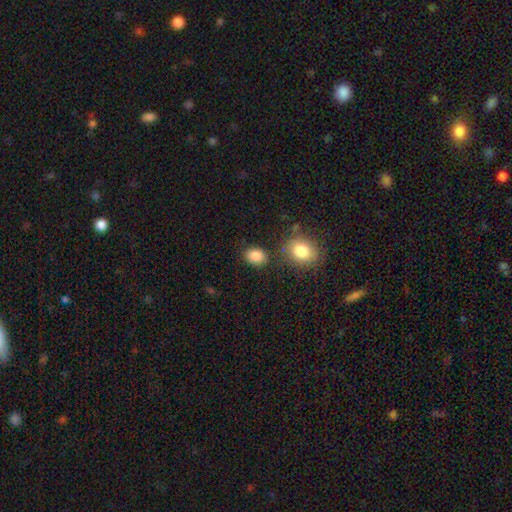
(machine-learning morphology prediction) smooth_or_featured: smooth (p=0.86) [alt: star or artifact p=0.09]
how_rounded: in between (p=0.66) [alt: round p=0.33]
merging: none (p=0.78) [alt: minor disturbance p=0.12]